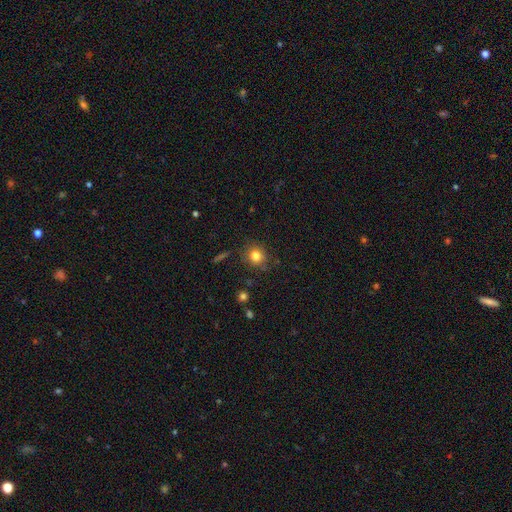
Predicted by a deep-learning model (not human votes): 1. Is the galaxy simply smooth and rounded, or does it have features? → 80% smooth, 12% star or artifact, 8% featured or disk.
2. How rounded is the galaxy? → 81% round, 18% in between, 1% cigar-shaped.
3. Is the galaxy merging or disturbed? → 82% none, 13% minor disturbance, 3% major disturbance, 2% merger.